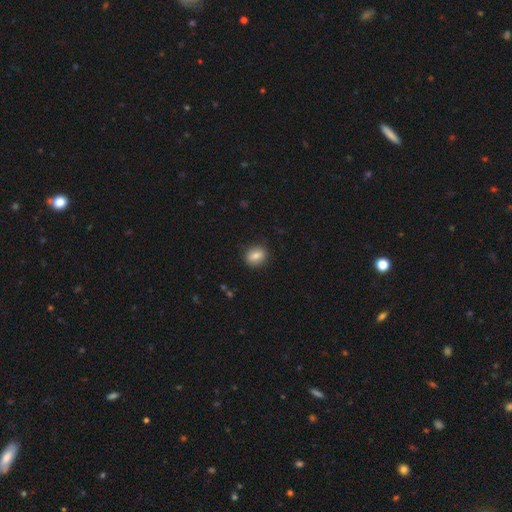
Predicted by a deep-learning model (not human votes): The model was most divided on "how rounded": round: 55%, in between: 43%, cigar-shaped: 2%. More confident: merging — none (86%); smooth or featured — smooth (79%).